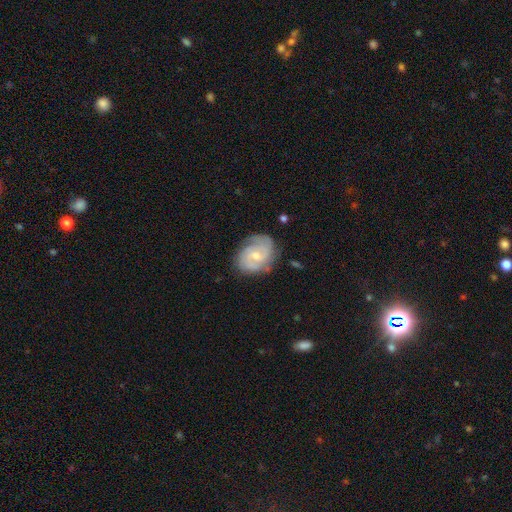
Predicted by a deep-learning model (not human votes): smooth-or-featured: featured or disk: 80% | smooth: 15% | star or artifact: 5%
  disk-edge-on: no: 98% | yes: 2%
    bar: no: 49% | weak: 45% | strong: 6%
    has-spiral-arms: yes: 95% | no: 5%
      spiral-winding: tight: 52% | medium: 38% | loose: 10%
      spiral-arm-count: 2: 50% | 3: 20% | can't tell: 19% | 4: 4% | 1: 4% | more than 4: 3%
    bulge-size: small: 53% | moderate: 42% | none: 3% | large: 2% | dominant: 1%
  merging: none: 75% | minor disturbance: 18% | major disturbance: 5% | merger: 1%